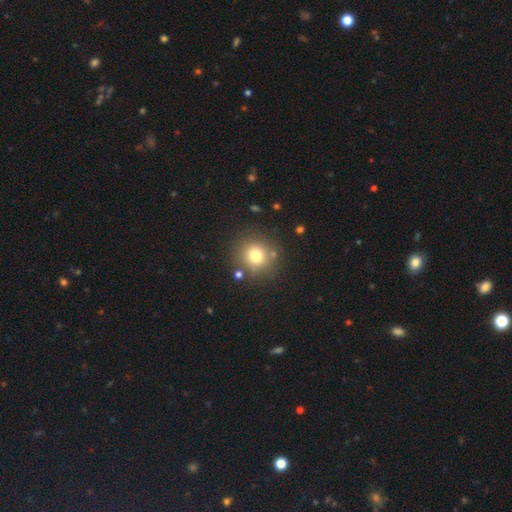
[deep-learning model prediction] A smooth galaxy with no disk features (75%) that is round (91%). Merging: none (82%).